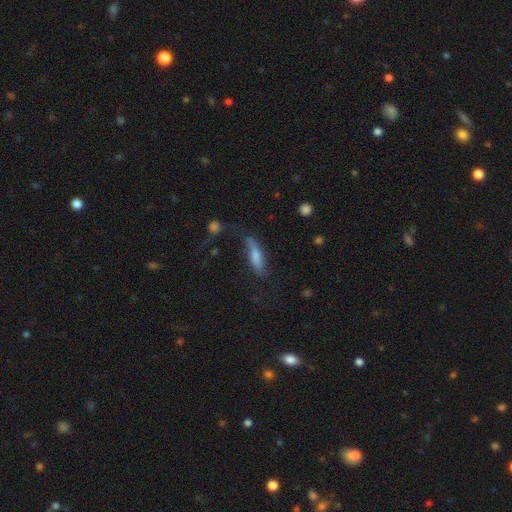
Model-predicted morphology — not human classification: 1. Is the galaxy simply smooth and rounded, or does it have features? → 61% smooth, 30% featured or disk, 9% star or artifact.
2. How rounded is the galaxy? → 64% cigar-shaped, 33% in between, 3% round.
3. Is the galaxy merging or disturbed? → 52% none, 26% minor disturbance, 17% major disturbance, 6% merger.